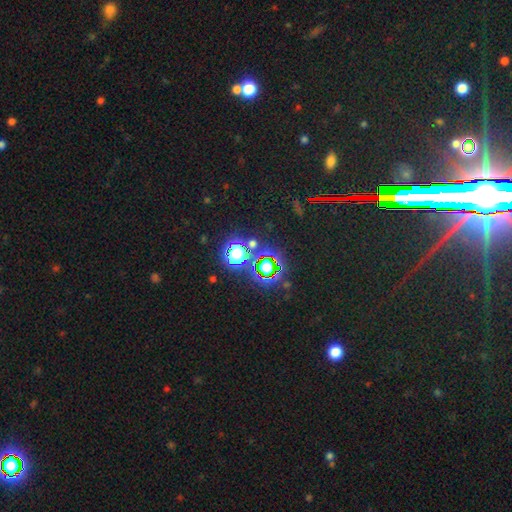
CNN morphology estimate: Overall: star or artifact (80%).